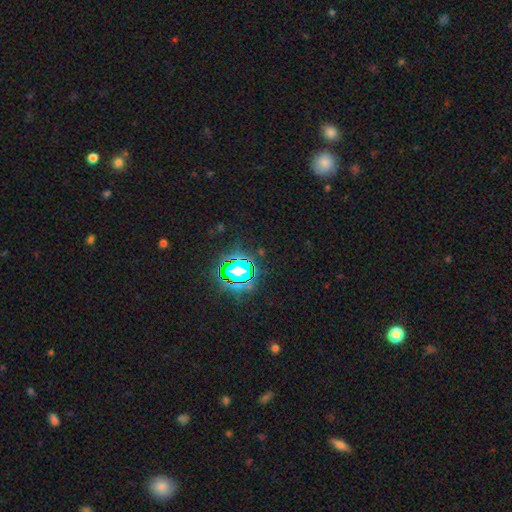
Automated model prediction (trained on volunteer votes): A star or artifact, not a galaxy (78%).